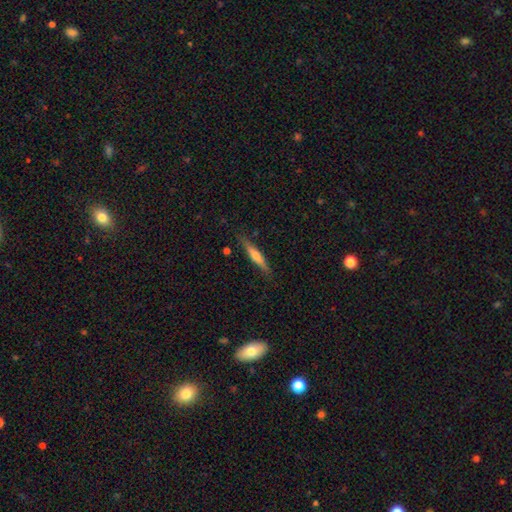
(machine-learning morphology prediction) featured or disk 53%, smooth 41%, star or artifact 7%. Down the decision tree: edge-on disk — yes (95%); merging — none (84%).